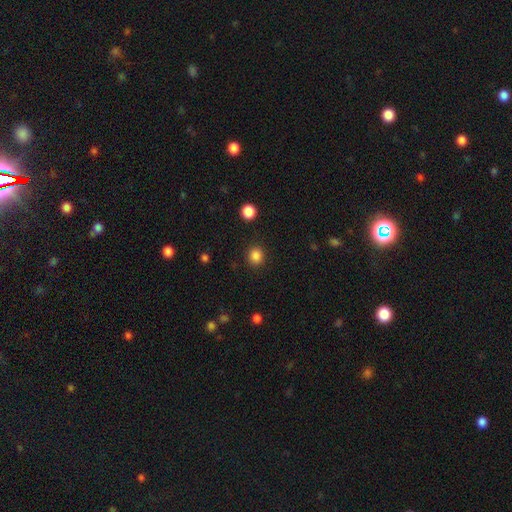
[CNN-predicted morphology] Smooth or featured: smooth — 86% (star or artifact — 11%)
How rounded: round — 81% (in between — 18%)
Merging: none — 89% (minor disturbance — 7%)